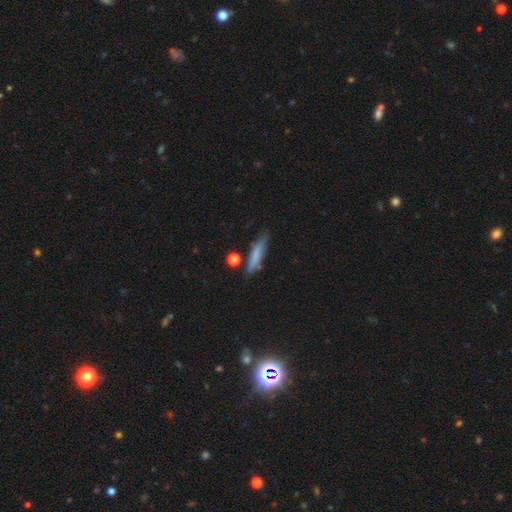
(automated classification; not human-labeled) Morphology: type=smooth (72%); roundness=cigar-shaped (83%); merging=none (73%).